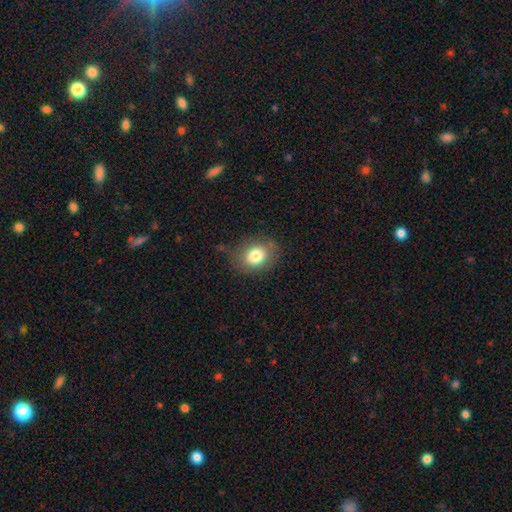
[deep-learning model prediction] Smooth or featured? Predicted: smooth (p=0.80). How rounded? Predicted: in between (p=0.51). Merging? Predicted: none (p=0.76).